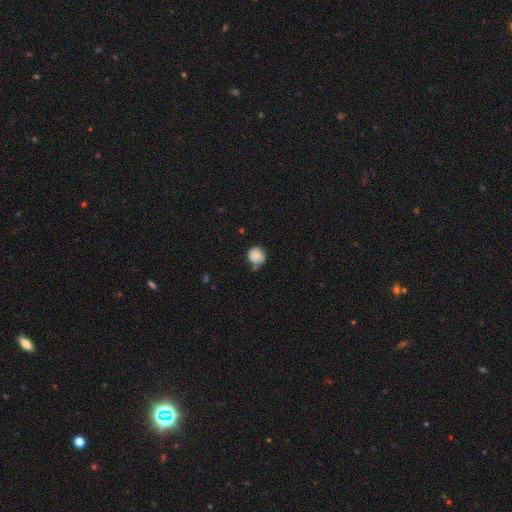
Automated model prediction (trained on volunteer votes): smooth_or_featured: smooth (p=0.74) [alt: featured or disk p=0.18]
how_rounded: round (p=0.81) [alt: in between p=0.18]
merging: none (p=0.56) [alt: minor disturbance p=0.31]